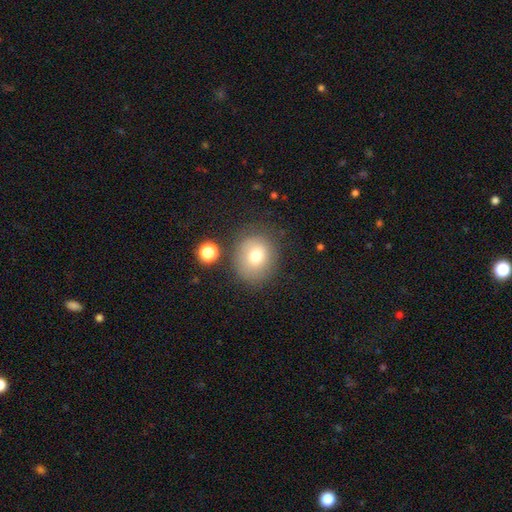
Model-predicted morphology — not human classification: Smooth or featured?
  - smooth: 74% *
  - featured or disk: 14%
  - star or artifact: 12%
How rounded?
  - round: 75% *
  - in between: 24%
  - cigar-shaped: 1%
Merging?
  - none: 74% *
  - minor disturbance: 15%
  - major disturbance: 6%
  - merger: 5%